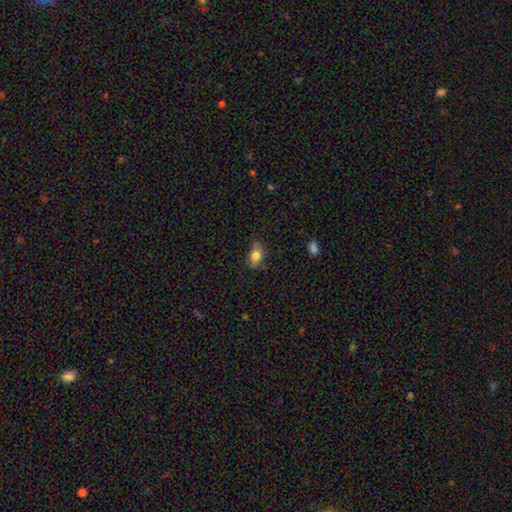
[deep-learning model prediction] This appears to be a smooth galaxy with no disk features (82%) that is in between round and cigar-shaped (75%). Merging: none (72%).